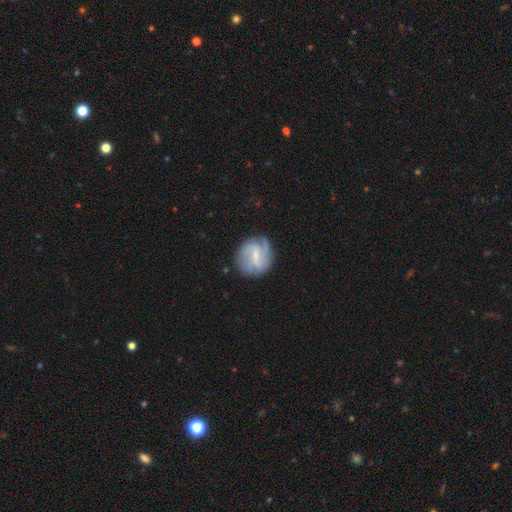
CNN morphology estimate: Smooth or featured? Predicted: featured or disk (p=0.76). Edge-on disk? Predicted: no (p=0.98). Bar? Predicted: weak (p=0.55). Spiral arms? Predicted: yes (p=0.92). Spiral winding? Predicted: medium (p=0.43). Spiral arm count? Predicted: 2 (p=0.52). Bulge size? Predicted: small (p=0.61). Merging? Predicted: none (p=0.71).